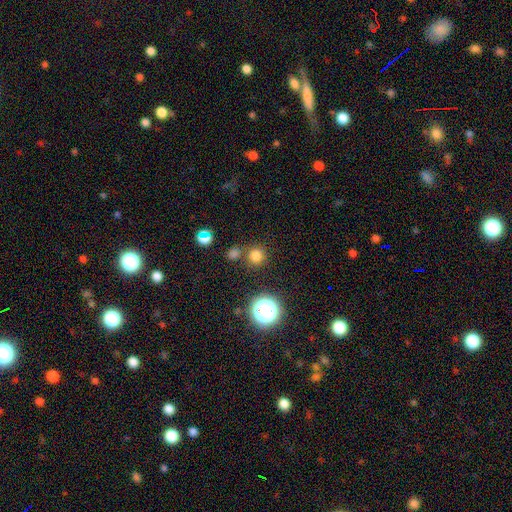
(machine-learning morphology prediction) A smooth galaxy with no disk features (75%) that is round (93%).

Vote fractions:
- Smooth or featured? smooth: 75% / star or artifact: 19% / featured or disk: 6%
- How rounded? round: 93% / in between: 6% / cigar-shaped: 1%
- Merging? none: 76% / merger: 12% / minor disturbance: 8% / major disturbance: 4%